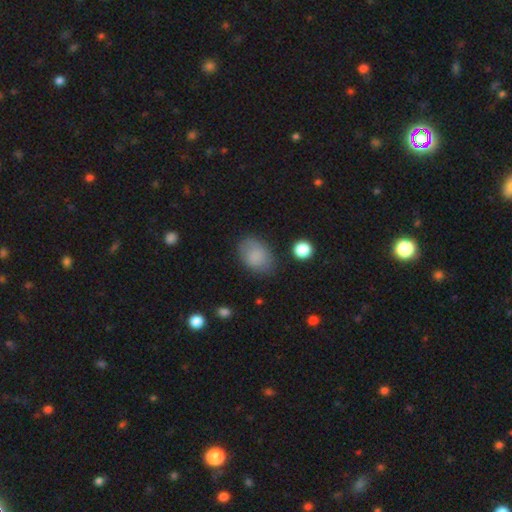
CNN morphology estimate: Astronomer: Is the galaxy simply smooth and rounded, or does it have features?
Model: smooth — 83%.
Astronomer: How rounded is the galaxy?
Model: in between — 83%.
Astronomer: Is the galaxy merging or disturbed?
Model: none — 74%.